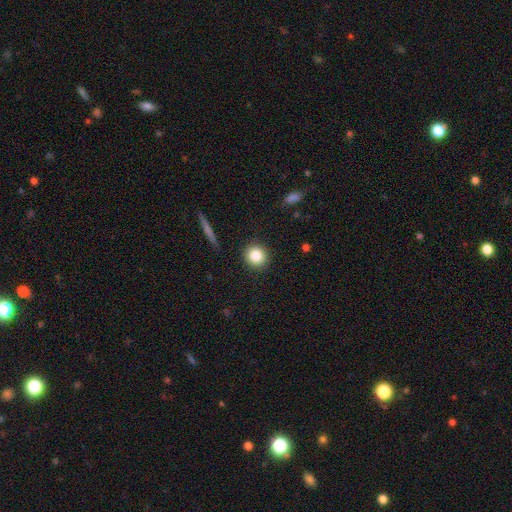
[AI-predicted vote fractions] Smooth or featured: smooth — 83% (star or artifact — 10%)
How rounded: round — 91% (in between — 7%)
Merging: none — 90% (minor disturbance — 6%)